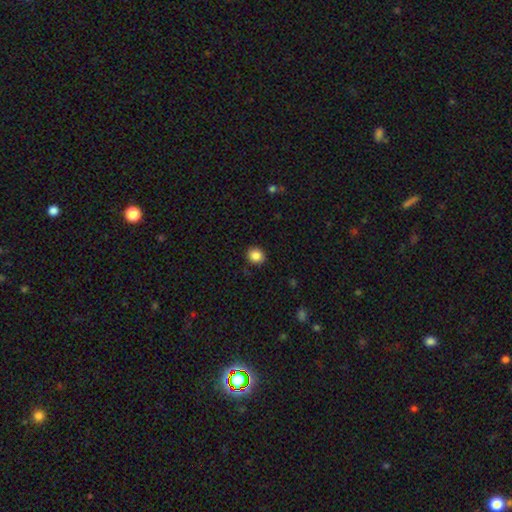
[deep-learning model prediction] Smooth or featured?
  - smooth: 85% *
  - star or artifact: 10%
  - featured or disk: 5%
How rounded?
  - round: 79% *
  - in between: 20%
  - cigar-shaped: 1%
Merging?
  - none: 90% *
  - minor disturbance: 7%
  - major disturbance: 2%
  - merger: 1%